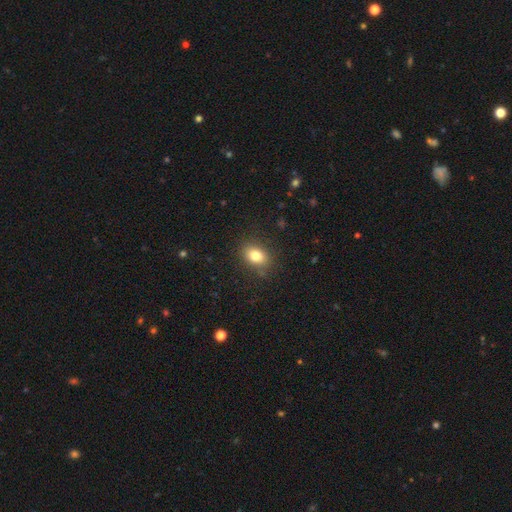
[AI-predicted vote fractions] Smooth or featured? smooth (81%)
How rounded? in between (69%)
Merging? none (84%)